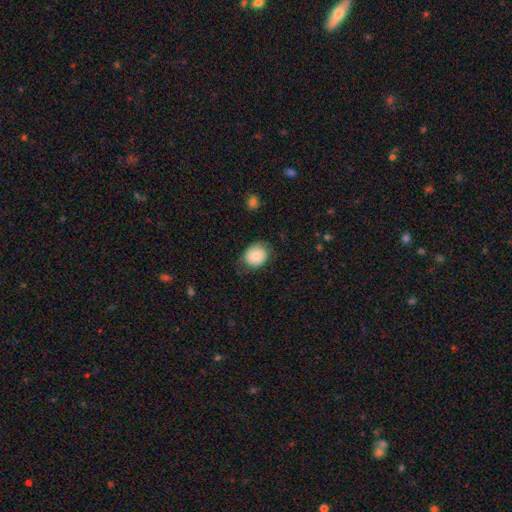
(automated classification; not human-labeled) Smooth or featured?
  - smooth: 72% *
  - featured or disk: 20%
  - star or artifact: 8%
How rounded?
  - round: 64% *
  - in between: 35%
  - cigar-shaped: 1%
Merging?
  - none: 65% *
  - minor disturbance: 24%
  - major disturbance: 9%
  - merger: 1%